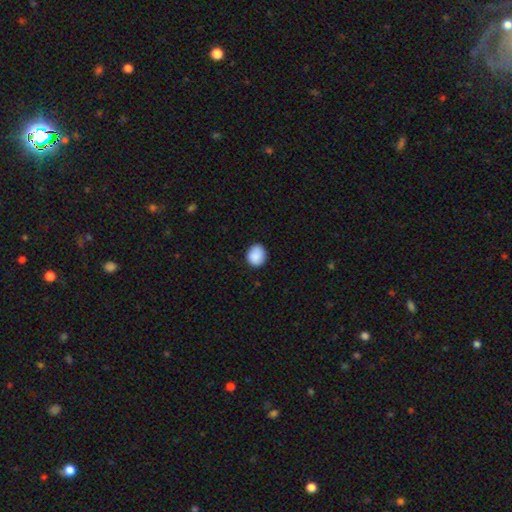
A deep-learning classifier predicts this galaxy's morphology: smooth 89%, star or artifact 7%, featured or disk 3%. Down the decision tree: how rounded — round (72%); merging — none (85%).